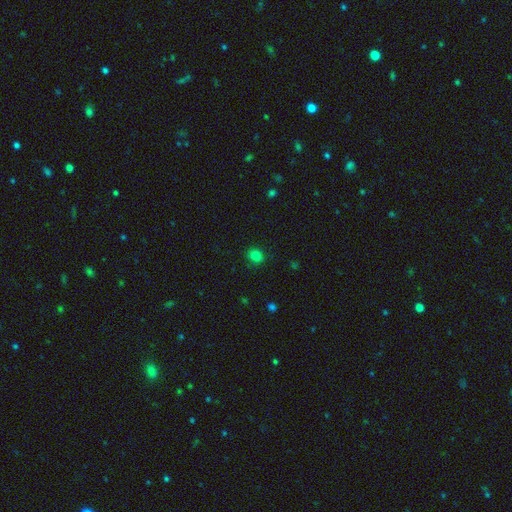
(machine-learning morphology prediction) Smooth or featured? Predicted: smooth (p=0.82). How rounded? Predicted: round (p=0.73). Merging? Predicted: none (p=0.88).